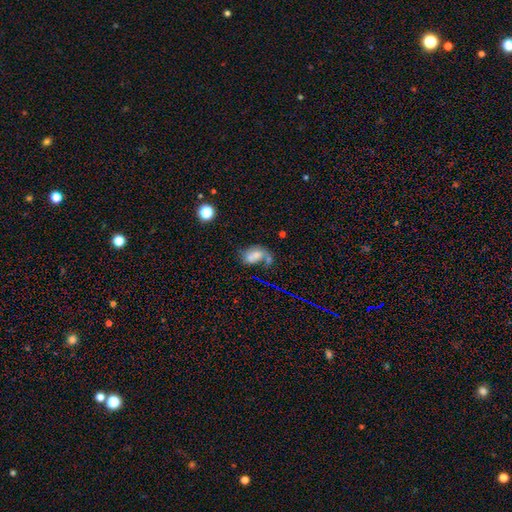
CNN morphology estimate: Smooth or featured? Predicted: smooth (p=0.55). How rounded? Predicted: in between (p=0.82). Merging? Predicted: merger (p=0.33).